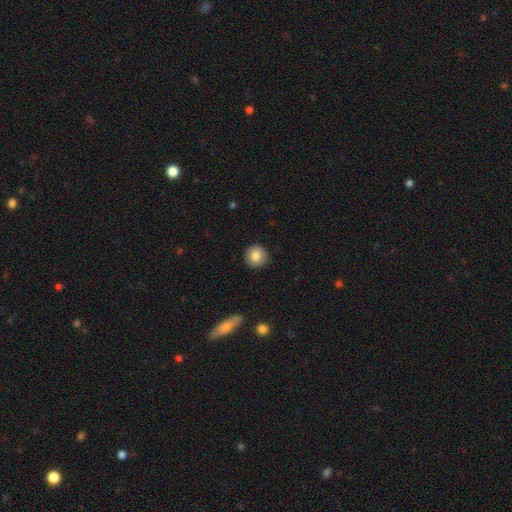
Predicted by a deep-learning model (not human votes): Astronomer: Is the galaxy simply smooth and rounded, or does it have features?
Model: smooth — 82%.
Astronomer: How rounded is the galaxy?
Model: round — 93%.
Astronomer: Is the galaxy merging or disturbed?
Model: none — 90%.